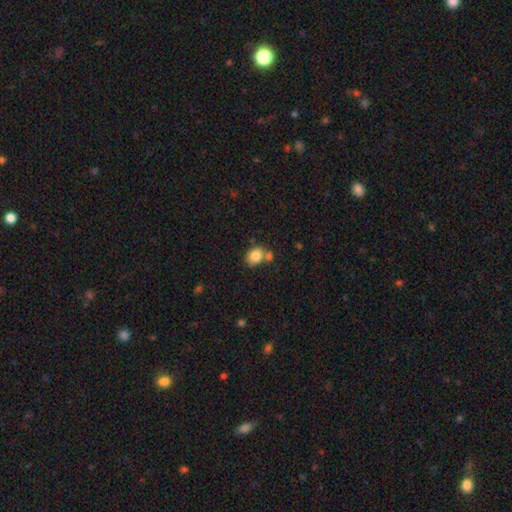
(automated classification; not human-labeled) smooth_or_featured: smooth (p=0.84) [alt: star or artifact p=0.09]
how_rounded: in between (p=0.60) [alt: round p=0.39]
merging: none (p=0.56) [alt: merger p=0.25]